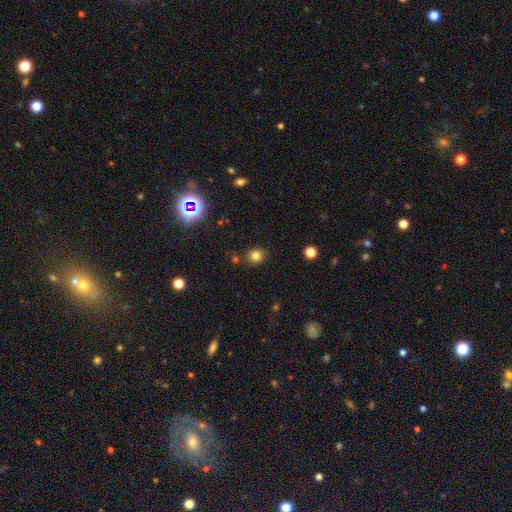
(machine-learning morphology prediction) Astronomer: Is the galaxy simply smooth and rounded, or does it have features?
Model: smooth — 78%.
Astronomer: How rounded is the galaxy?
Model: round — 75%.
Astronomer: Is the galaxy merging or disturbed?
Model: none — 83%.